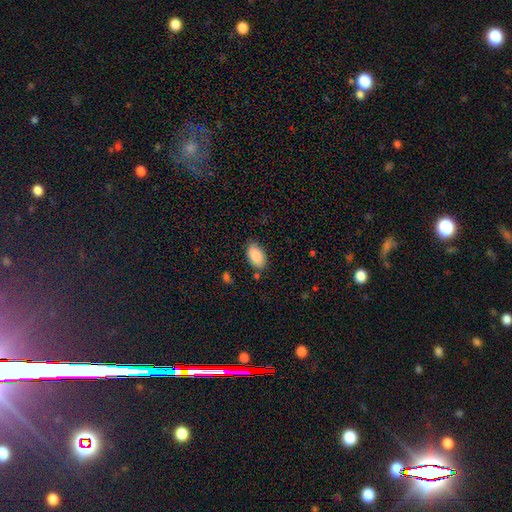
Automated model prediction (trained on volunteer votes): Q: Smooth or featured?
A: smooth (88%); runner-up: star or artifact (6%)
Q: How rounded?
A: in between (94%); runner-up: round (4%)
Q: Merging?
A: none (81%); runner-up: minor disturbance (14%)